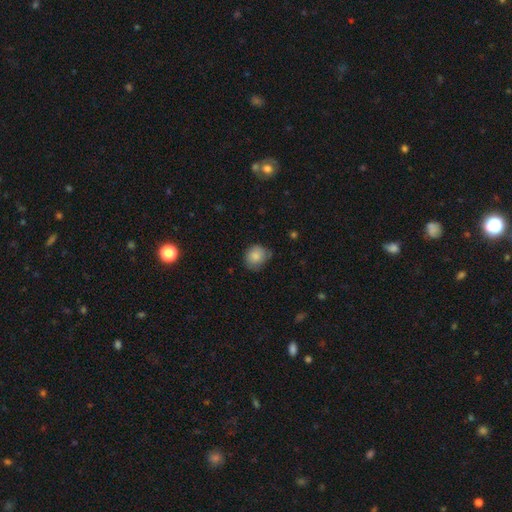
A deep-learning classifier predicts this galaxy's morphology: The model was most divided on "merging": none: 60%, minor disturbance: 32%, major disturbance: 6%, merger: 2%. More confident: smooth or featured — smooth (83%); how rounded — round (69%).